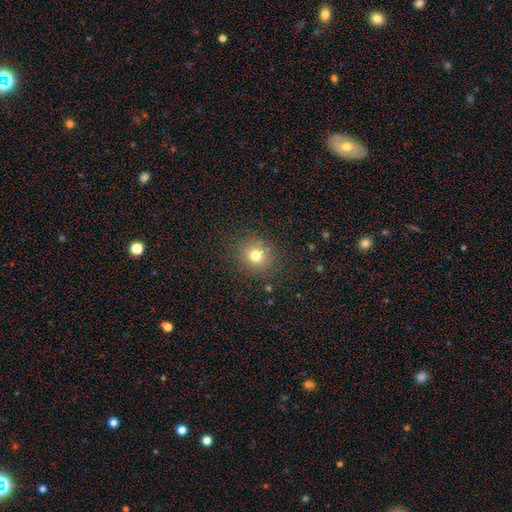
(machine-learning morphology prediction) A smooth galaxy with no disk features (75%) that is round (82%). Merging: none (84%).